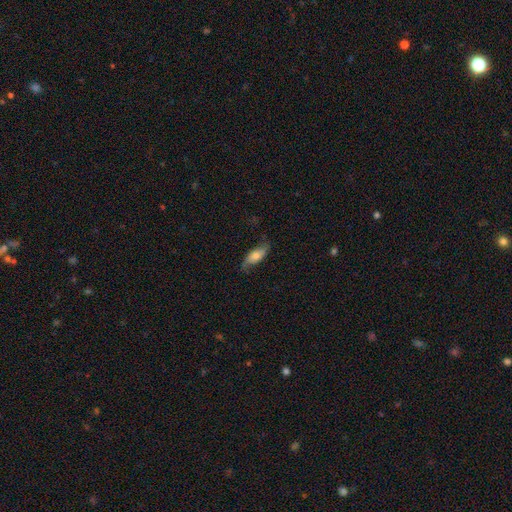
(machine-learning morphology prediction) smooth_or_featured: featured or disk (p=0.47) [alt: smooth p=0.46]
merging: none (p=0.69) [alt: minor disturbance p=0.21]